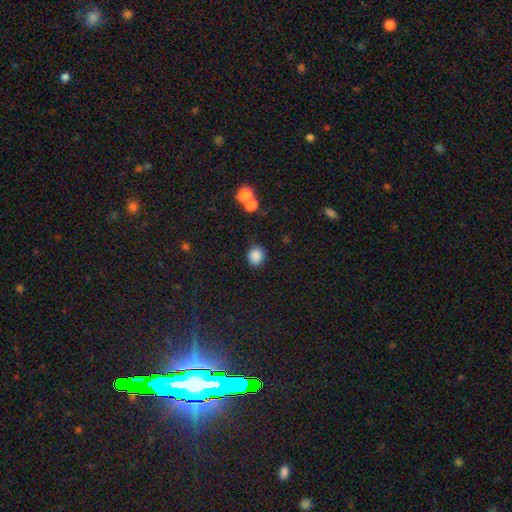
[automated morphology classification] Overall: smooth (85%). How rounded: round (78%). Merging: none (84%).